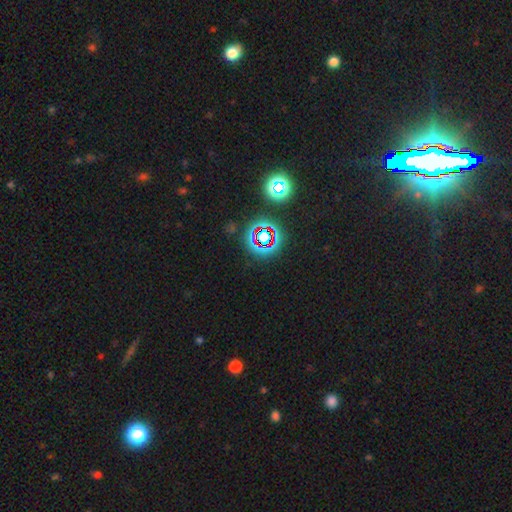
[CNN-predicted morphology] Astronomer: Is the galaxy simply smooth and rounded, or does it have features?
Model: star or artifact — 70%.